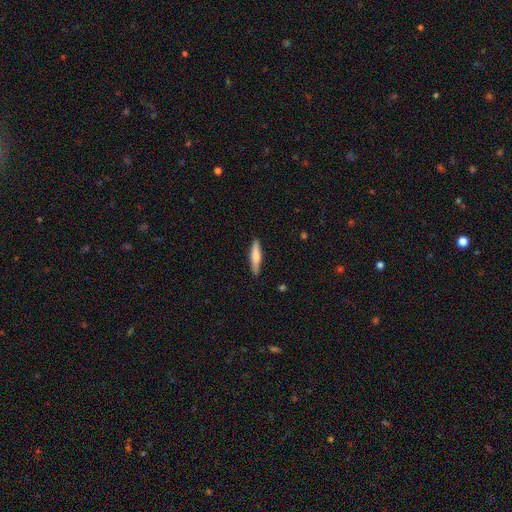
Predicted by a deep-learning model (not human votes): Smooth or featured? smooth (70%)
How rounded? cigar-shaped (85%)
Merging? none (88%)